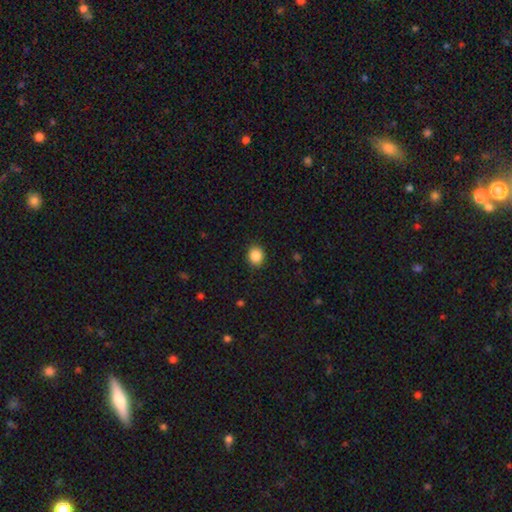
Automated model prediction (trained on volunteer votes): This is clearly a smooth galaxy (86%). How rounded: likely round (71%). Merging: clearly none (90%).